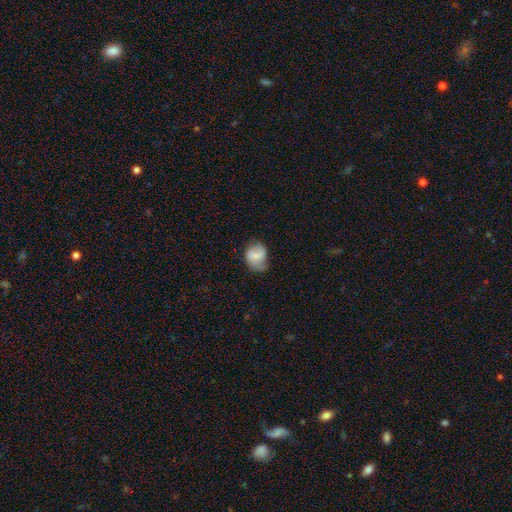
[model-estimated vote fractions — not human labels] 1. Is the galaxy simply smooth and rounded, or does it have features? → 55% smooth, 37% featured or disk, 8% star or artifact.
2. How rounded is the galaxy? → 50% round, 49% in between, 1% cigar-shaped.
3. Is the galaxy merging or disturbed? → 49% none, 34% minor disturbance, 15% major disturbance, 2% merger.